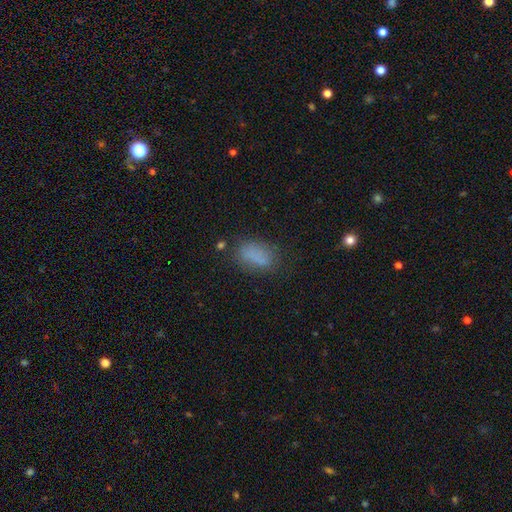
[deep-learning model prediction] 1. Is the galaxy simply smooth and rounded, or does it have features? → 79% smooth, 12% star or artifact, 9% featured or disk.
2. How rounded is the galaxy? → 87% in between, 7% cigar-shaped, 6% round.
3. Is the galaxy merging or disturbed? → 69% none, 19% minor disturbance, 8% major disturbance, 4% merger.